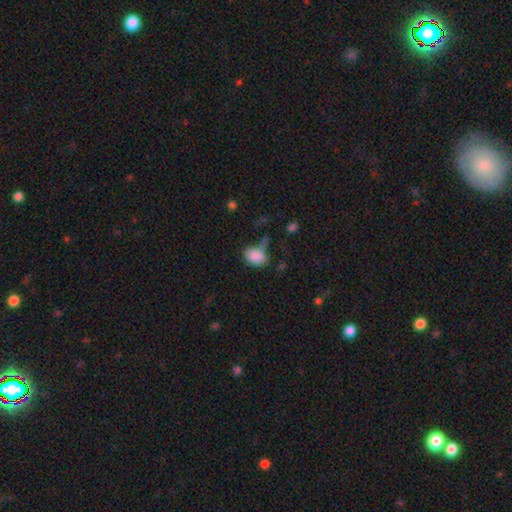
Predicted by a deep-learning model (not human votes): This is clearly a smooth galaxy (85%). How rounded: clearly in between (82%). Merging: possibly none (47%).